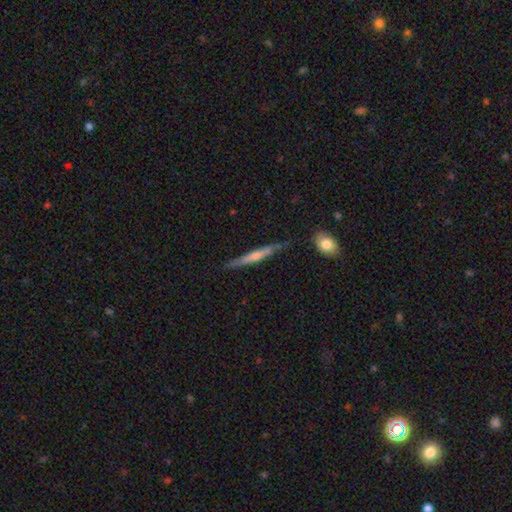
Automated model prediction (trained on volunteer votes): smooth_or_featured: featured or disk (p=0.66) [alt: smooth p=0.27]
disk_edge_on: yes (p=0.97) [alt: no p=0.03]
edge_on_bulge: rounded (p=0.64) [alt: none p=0.28]
merging: none (p=0.86) [alt: minor disturbance p=0.10]